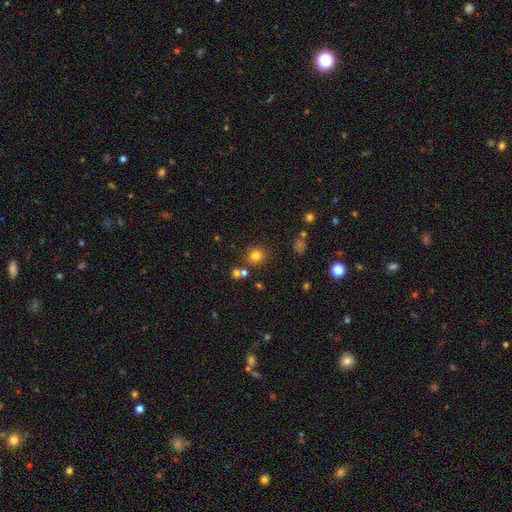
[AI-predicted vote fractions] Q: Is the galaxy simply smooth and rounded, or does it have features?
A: smooth — 77%.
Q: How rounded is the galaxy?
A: round — 90%.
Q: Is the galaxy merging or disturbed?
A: none — 78%.